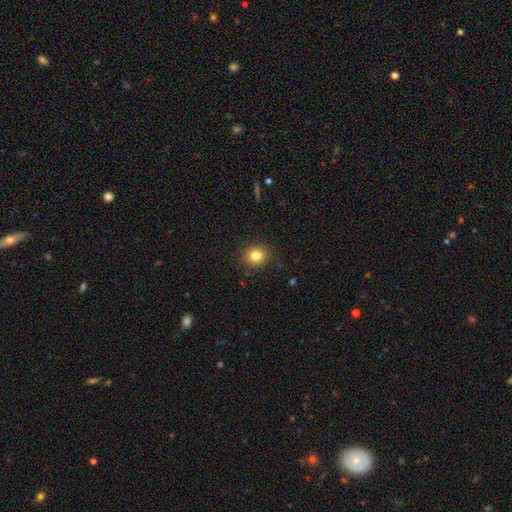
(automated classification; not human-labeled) smooth_or_featured: smooth (p=0.82) [alt: star or artifact p=0.11]
how_rounded: round (p=0.85) [alt: in between p=0.14]
merging: none (p=0.89) [alt: minor disturbance p=0.08]